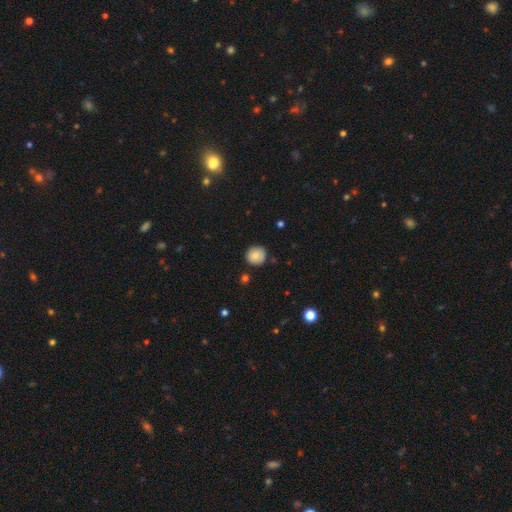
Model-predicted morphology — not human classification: A smooth galaxy with no disk features (81%) that is round (92%). Merging: none (84%).